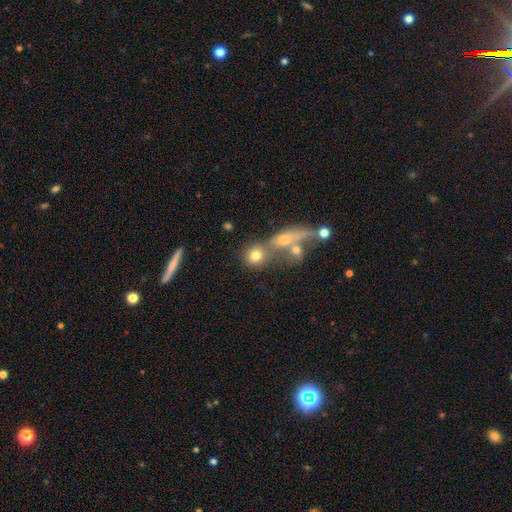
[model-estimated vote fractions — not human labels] This appears to be a smooth galaxy with no disk features (75%) that is round (81%). Merging: none (46%).